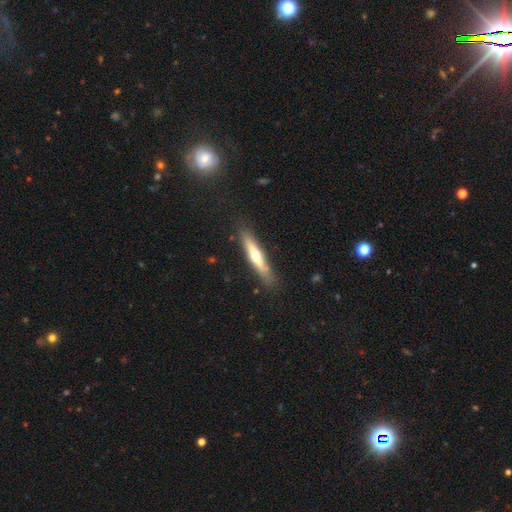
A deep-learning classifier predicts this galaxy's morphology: Q: Smooth or featured?
A: featured or disk (53%); runner-up: smooth (42%)
Q: Edge-on disk?
A: yes (90%); runner-up: no (10%)
Q: Merging?
A: none (83%); runner-up: minor disturbance (12%)